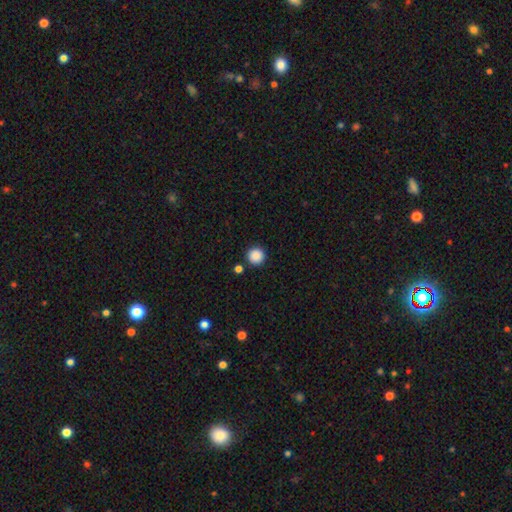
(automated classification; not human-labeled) smooth_or_featured: smooth (p=0.88) [alt: star or artifact p=0.10]
how_rounded: round (p=0.96) [alt: in between p=0.03]
merging: none (p=0.89) [alt: minor disturbance p=0.06]